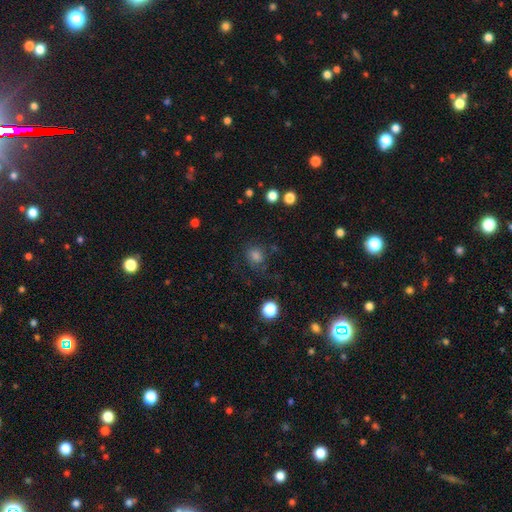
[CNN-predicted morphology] The model was most divided on "smooth or featured": smooth: 66%, star or artifact: 22%, featured or disk: 13%. More confident: how rounded — round (77%); merging — none (67%).